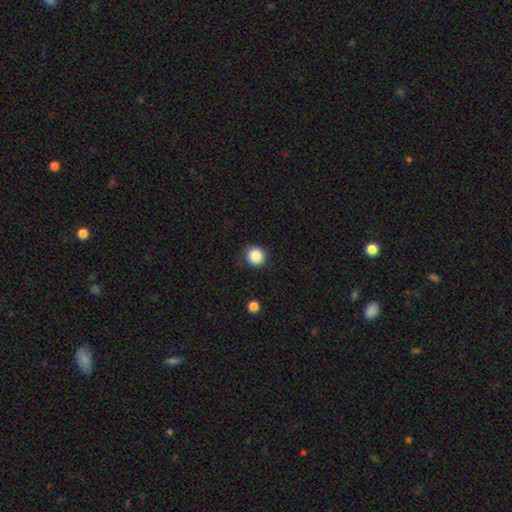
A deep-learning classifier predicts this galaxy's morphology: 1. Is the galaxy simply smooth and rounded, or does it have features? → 87% smooth, 10% star or artifact, 3% featured or disk.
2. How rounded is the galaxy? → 94% round, 6% in between, 1% cigar-shaped.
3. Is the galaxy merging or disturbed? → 89% none, 8% minor disturbance, 2% major disturbance, 1% merger.